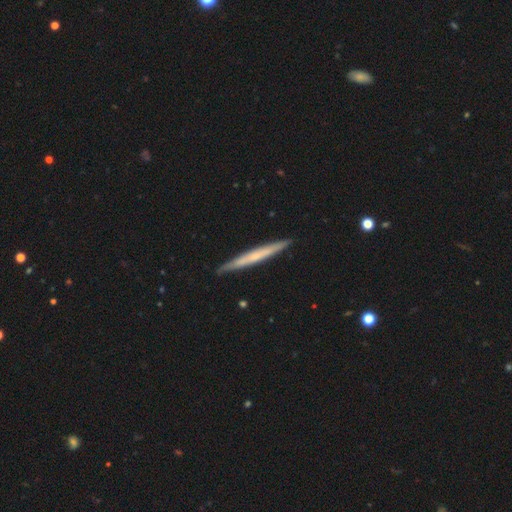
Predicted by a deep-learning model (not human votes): Smooth or featured?
  - featured or disk: 53% *
  - smooth: 41%
  - star or artifact: 6%
Edge-on disk?
  - yes: 96% *
  - no: 4%
Edge-on bulge?
  - none: 71% *
  - rounded: 24%
  - boxy: 5%
Merging?
  - none: 90% *
  - minor disturbance: 7%
  - major disturbance: 1%
  - merger: 1%